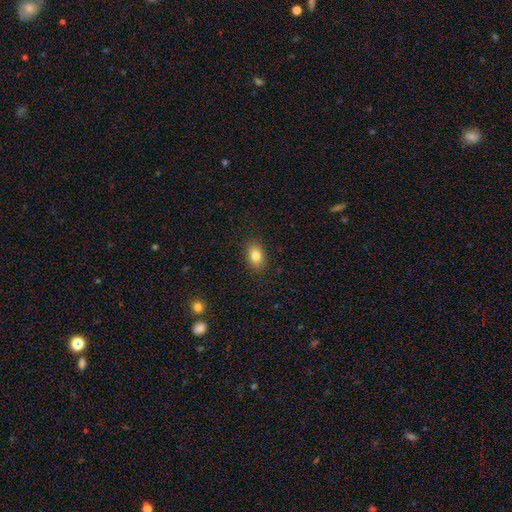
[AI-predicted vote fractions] A smooth galaxy with no disk features (82%) that is in between round and cigar-shaped (78%).

Vote fractions:
- Smooth or featured? smooth: 82% / star or artifact: 9% / featured or disk: 8%
- How rounded? in between: 78% / round: 21% / cigar-shaped: 1%
- Merging? none: 88% / minor disturbance: 9% / major disturbance: 2% / merger: 1%